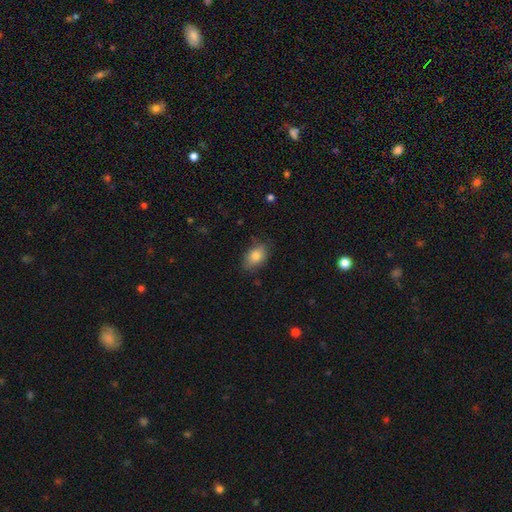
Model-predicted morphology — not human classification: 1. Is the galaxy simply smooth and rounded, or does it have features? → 81% smooth, 11% featured or disk, 8% star or artifact.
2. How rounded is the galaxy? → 84% in between, 14% round, 2% cigar-shaped.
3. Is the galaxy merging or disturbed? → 75% none, 20% minor disturbance, 4% major disturbance, 1% merger.